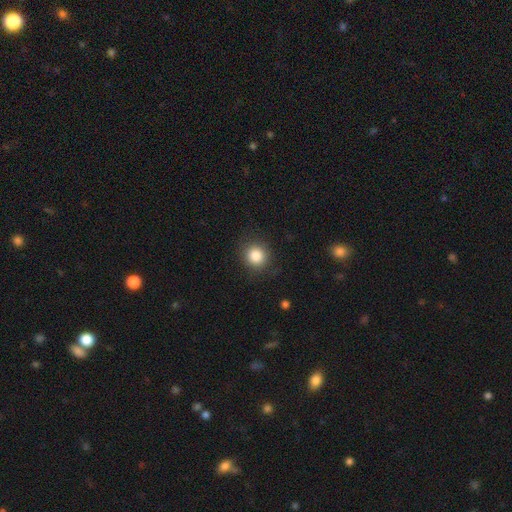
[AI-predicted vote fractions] Overall: smooth (85%). How rounded: round (89%). Merging: none (86%).